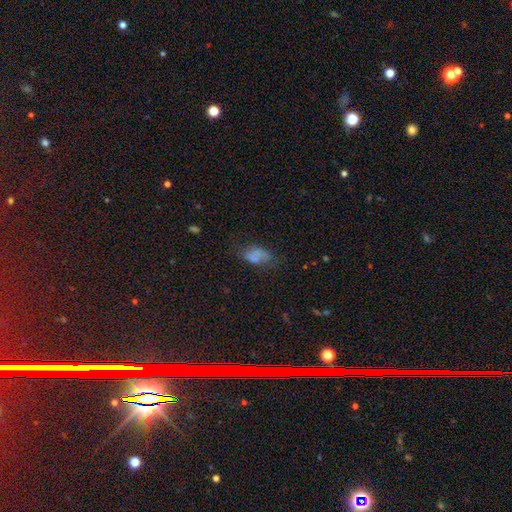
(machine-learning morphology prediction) This is likely a smooth galaxy (66%). How rounded: clearly in between (90%). Merging: possibly none (50%).